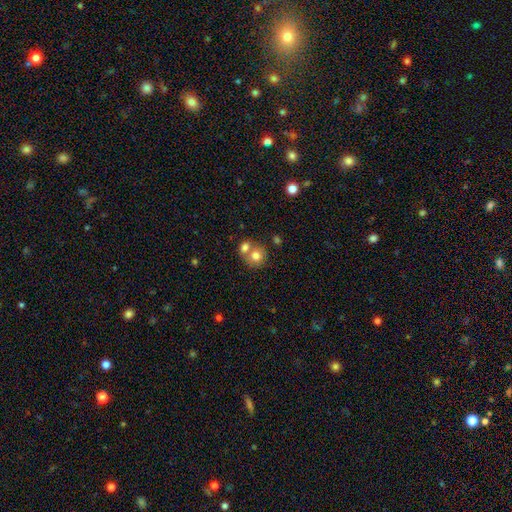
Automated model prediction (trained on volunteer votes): A smooth galaxy with no disk features (76%) that is round (83%).

Vote fractions:
- Smooth or featured? smooth: 76% / featured or disk: 14% / star or artifact: 10%
- How rounded? round: 83% / in between: 16% / cigar-shaped: 1%
- Merging? merger: 48% / none: 42% / minor disturbance: 7% / major disturbance: 3%